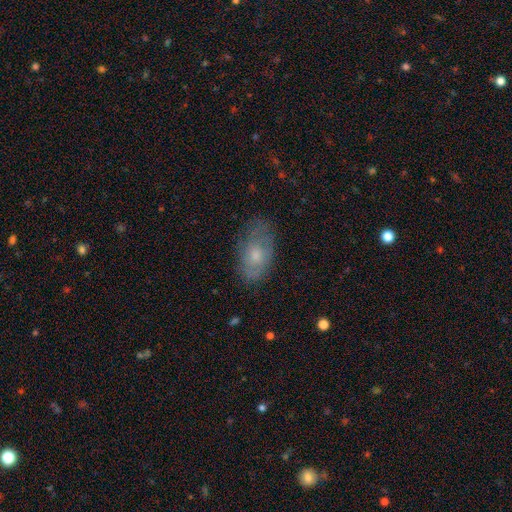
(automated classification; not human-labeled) The model was most divided on "smooth or featured": smooth: 57%, featured or disk: 35%, star or artifact: 8%. More confident: how rounded — in between (91%); merging — none (68%).